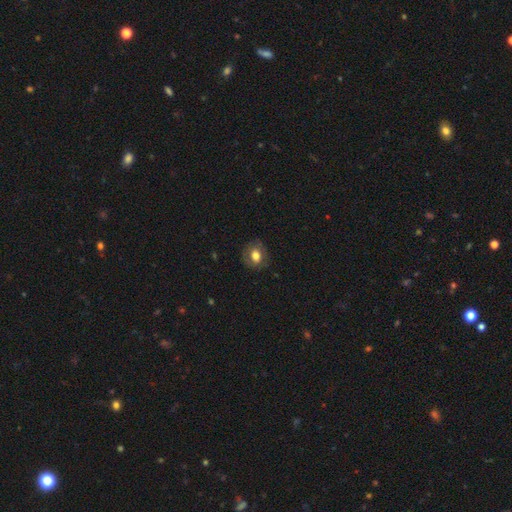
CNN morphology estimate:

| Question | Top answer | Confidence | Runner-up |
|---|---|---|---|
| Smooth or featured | smooth | 69% | featured or disk (22%) |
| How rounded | round | 54% | in between (45%) |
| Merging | none | 81% | minor disturbance (14%) |